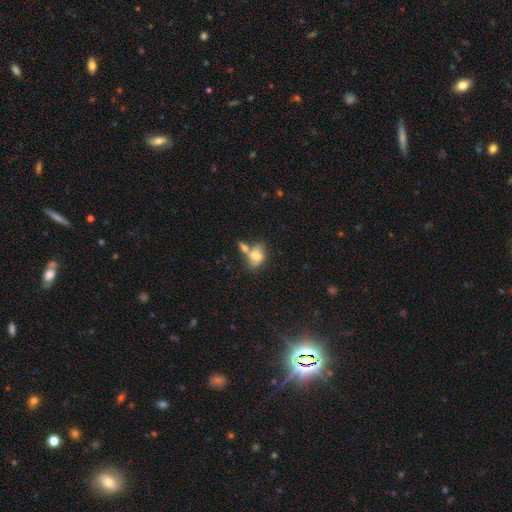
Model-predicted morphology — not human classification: A smooth galaxy with no disk features (63%) that is in between round and cigar-shaped (77%).

Vote fractions:
- Smooth or featured? smooth: 63% / featured or disk: 27% / star or artifact: 10%
- How rounded? in between: 77% / round: 20% / cigar-shaped: 3%
- Merging? merger: 42% / none: 34% / minor disturbance: 16% / major disturbance: 9%